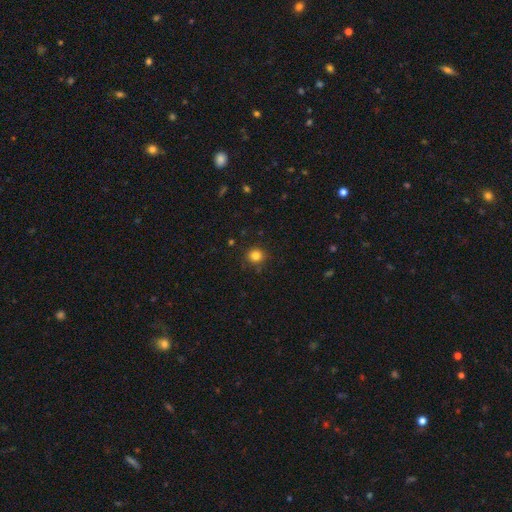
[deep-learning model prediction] Overall: smooth (82%). How rounded: round (91%). Merging: none (87%).